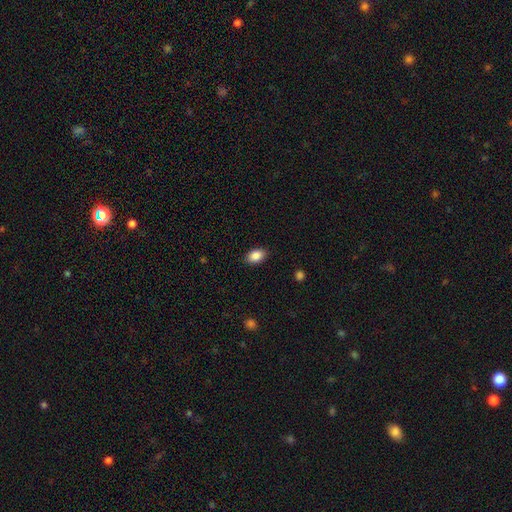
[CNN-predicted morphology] Smooth or featured? Predicted: smooth (p=0.87). How rounded? Predicted: in between (p=0.86). Merging? Predicted: none (p=0.87).